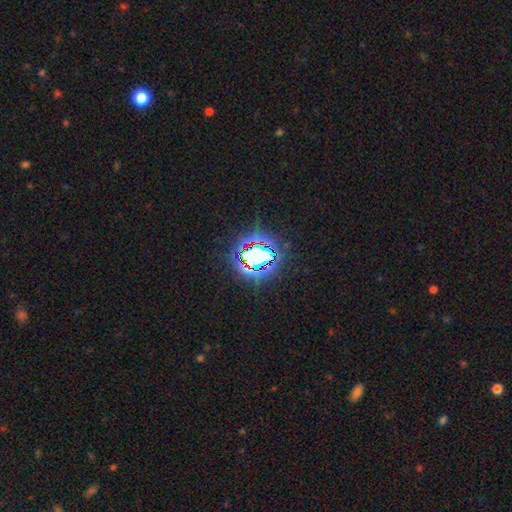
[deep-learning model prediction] This appears to be a star or artifact, not a galaxy (70%).